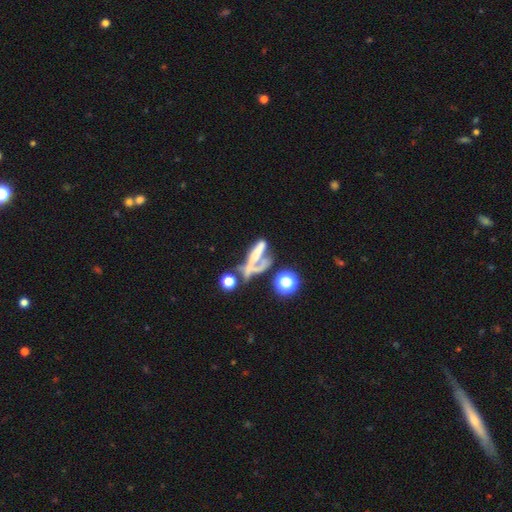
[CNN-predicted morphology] smooth_or_featured: featured or disk (p=0.46) [alt: smooth p=0.34]
merging: merger (p=0.38) [alt: major disturbance p=0.27]